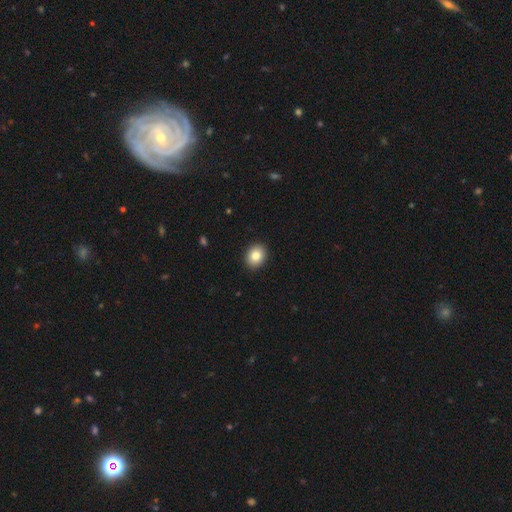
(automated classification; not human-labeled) Smooth or featured? smooth (83%)
How rounded? round (56%)
Merging? none (91%)